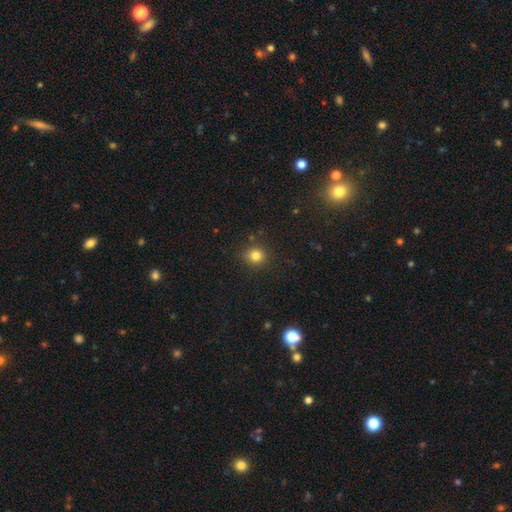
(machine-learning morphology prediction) This is clearly a smooth galaxy (81%). How rounded: clearly round (85%). Merging: clearly none (86%).